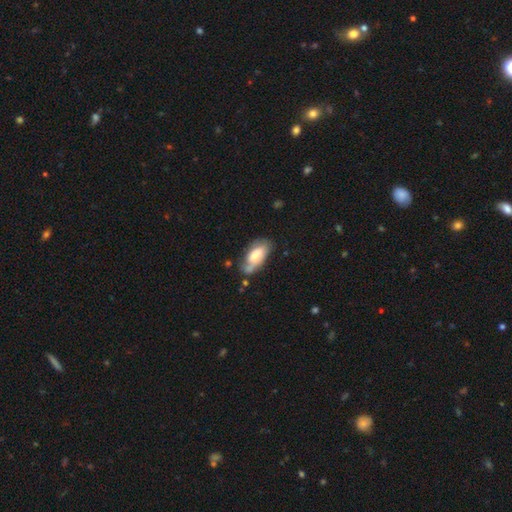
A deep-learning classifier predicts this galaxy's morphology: smooth-or-featured: smooth: 52% | featured or disk: 41% | star or artifact: 7%
  how-rounded: in between: 89% | cigar-shaped: 8% | round: 3%
  merging: none: 50% | minor disturbance: 30% | major disturbance: 15% | merger: 5%